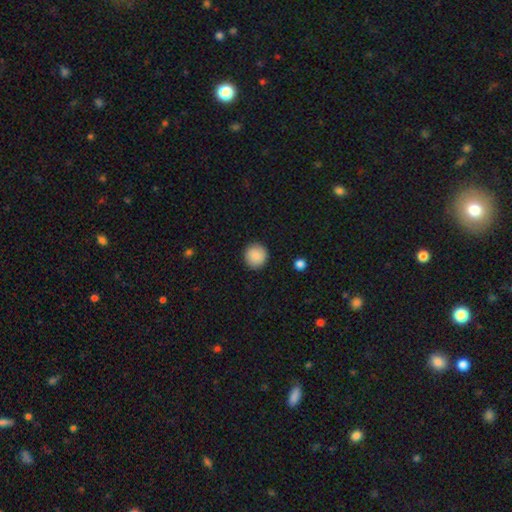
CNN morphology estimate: Smooth or featured? Predicted: smooth (p=0.89). How rounded? Predicted: round (p=0.95). Merging? Predicted: none (p=0.92).